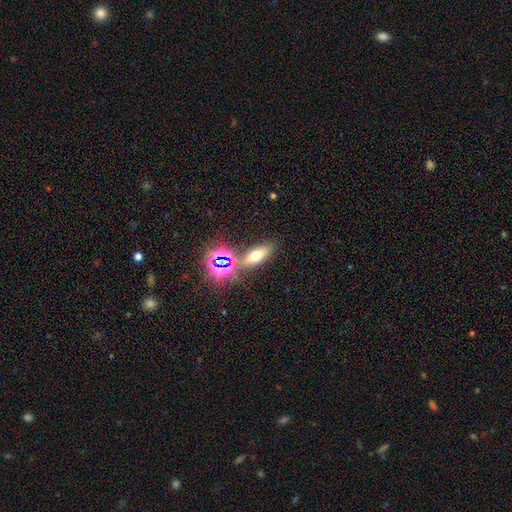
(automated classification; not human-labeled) smooth 51%, star or artifact 28%, featured or disk 21%. Down the decision tree: how rounded — in between (62%); merging — none (75%).